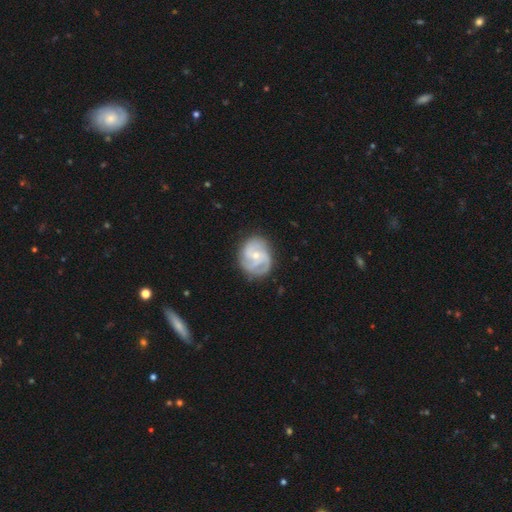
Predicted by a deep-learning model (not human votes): Q: Smooth or featured?
A: featured or disk (83%); runner-up: smooth (12%)
Q: Edge-on disk?
A: no (98%); runner-up: yes (2%)
Q: Bar?
A: no (50%); runner-up: weak (41%)
Q: Spiral arms?
A: yes (95%); runner-up: no (5%)
Q: Spiral winding?
A: medium (46%); runner-up: tight (41%)
Q: Spiral arm count?
A: 3 (48%); runner-up: 2 (24%)
Q: Bulge size?
A: small (60%); runner-up: moderate (37%)
Q: Merging?
A: none (76%); runner-up: minor disturbance (17%)